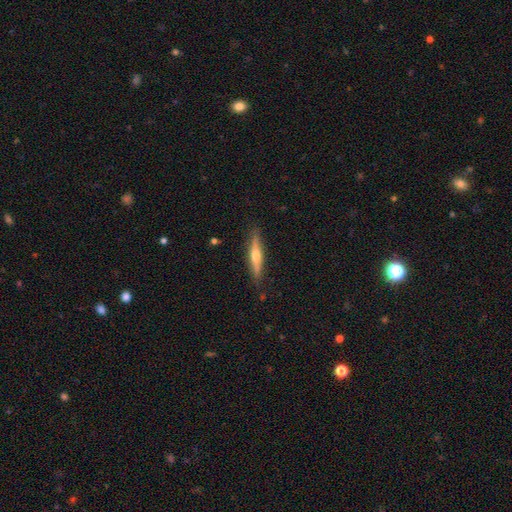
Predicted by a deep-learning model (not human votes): Smooth or featured: featured or disk — 57% (smooth — 37%)
Edge-on disk: yes — 94% (no — 6%)
Edge-on bulge: rounded — 88% (none — 8%)
Merging: none — 86% (minor disturbance — 10%)